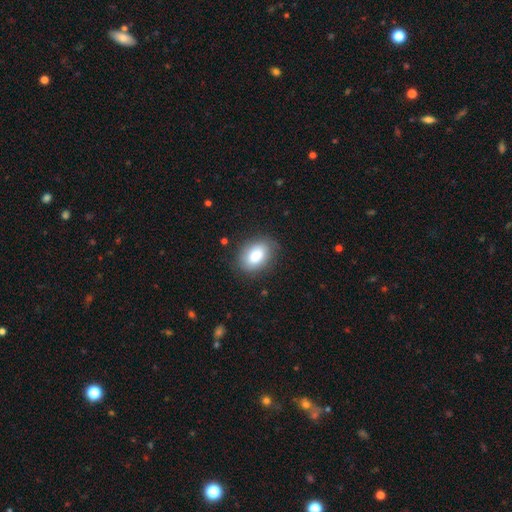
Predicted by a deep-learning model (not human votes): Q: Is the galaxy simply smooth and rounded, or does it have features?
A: smooth — 81%.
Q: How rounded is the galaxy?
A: in between — 83%.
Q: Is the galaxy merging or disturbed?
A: none — 80%.